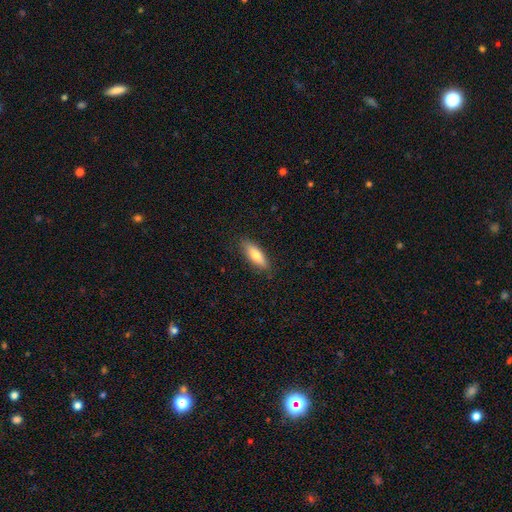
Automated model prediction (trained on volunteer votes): A smooth galaxy with no disk features (73%) that is in between round and cigar-shaped (53%). Merging: none (86%).